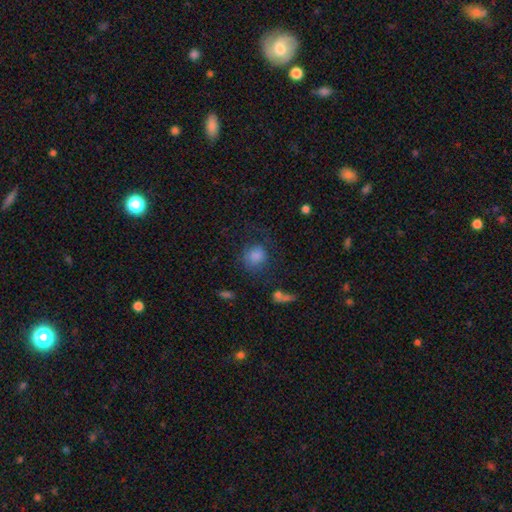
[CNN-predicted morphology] Smooth or featured?
  - smooth: 73% *
  - star or artifact: 14%
  - featured or disk: 13%
How rounded?
  - round: 80% *
  - in between: 18%
  - cigar-shaped: 1%
Merging?
  - none: 57% *
  - major disturbance: 20%
  - minor disturbance: 19%
  - merger: 5%